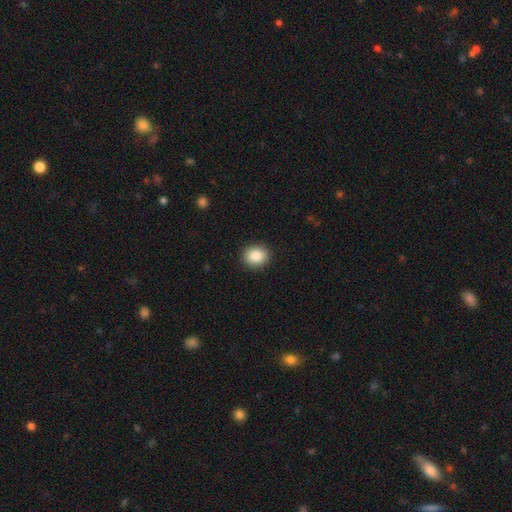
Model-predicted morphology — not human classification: smooth_or_featured: smooth (p=0.87) [alt: star or artifact p=0.08]
how_rounded: round (p=0.69) [alt: in between p=0.30]
merging: none (p=0.91) [alt: minor disturbance p=0.06]